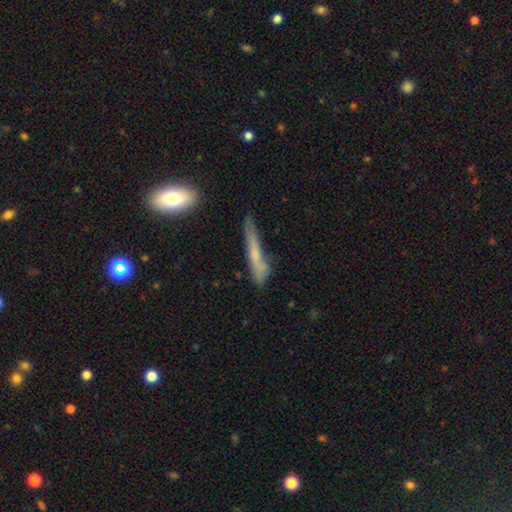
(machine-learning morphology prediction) Smooth or featured: smooth — 59% (featured or disk — 33%)
How rounded: cigar-shaped — 91% (in between — 7%)
Merging: none — 58% (minor disturbance — 27%)